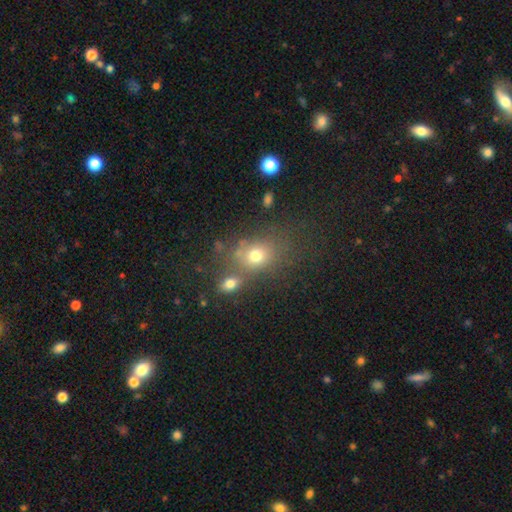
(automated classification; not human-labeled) A smooth galaxy with no disk features (71%) that is in between round and cigar-shaped (51%). Merging: none (52%).